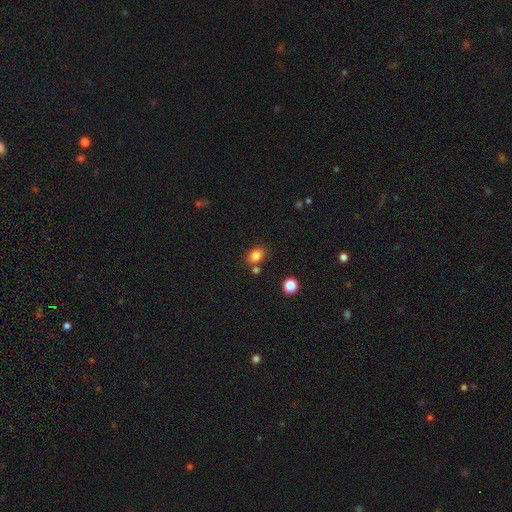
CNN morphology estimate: smooth_or_featured: smooth (p=0.83) [alt: star or artifact p=0.12]
how_rounded: in between (p=0.69) [alt: round p=0.30]
merging: none (p=0.72) [alt: merger p=0.13]